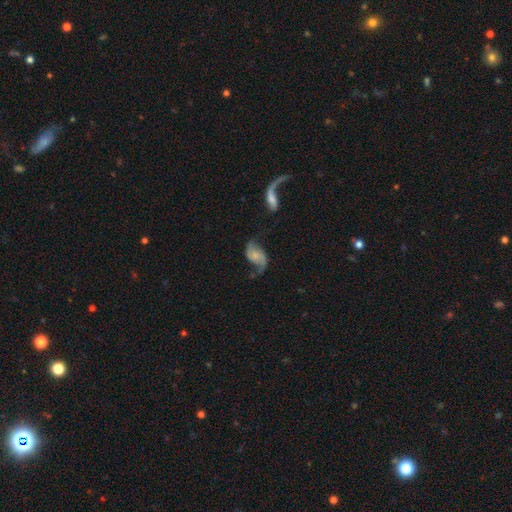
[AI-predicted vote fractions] Smooth or featured? Predicted: featured or disk (p=0.81). Edge-on disk? Predicted: no (p=0.98). Bar? Predicted: no (p=0.63). Spiral arms? Predicted: yes (p=0.95). Spiral winding? Predicted: loose (p=0.71). Spiral arm count? Predicted: 2 (p=0.90). Bulge size? Predicted: small (p=0.47). Merging? Predicted: none (p=0.58).